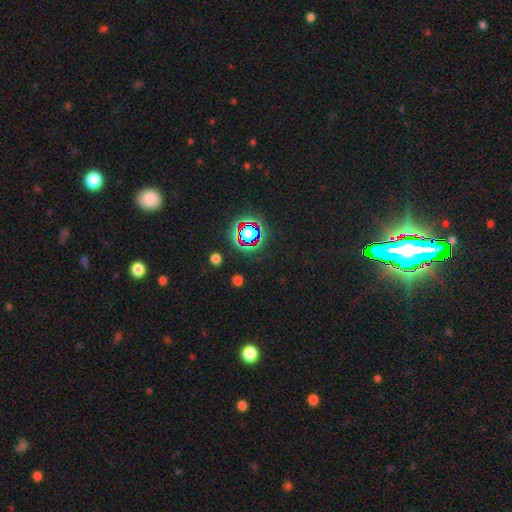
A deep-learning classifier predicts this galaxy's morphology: star or artifact 80%, smooth 11%, featured or disk 9%.